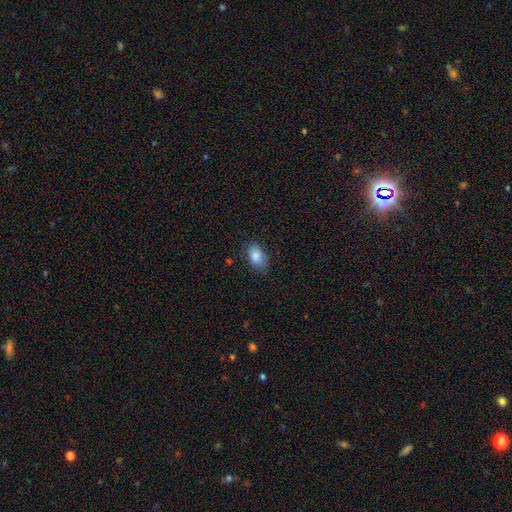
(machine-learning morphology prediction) This appears to be a smooth galaxy with no disk features (85%) that is in between round and cigar-shaped (89%). Merging: none (79%).